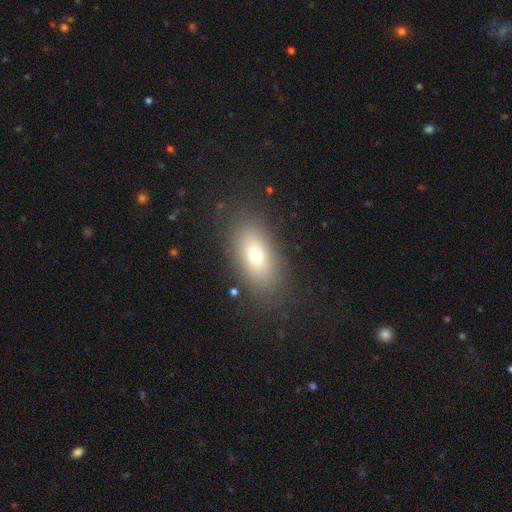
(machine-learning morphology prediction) Smooth or featured: smooth — 72% (featured or disk — 16%)
How rounded: in between — 87% (round — 8%)
Merging: none — 84% (minor disturbance — 10%)